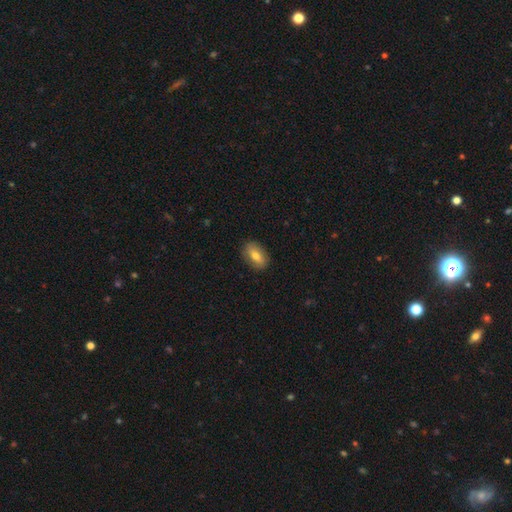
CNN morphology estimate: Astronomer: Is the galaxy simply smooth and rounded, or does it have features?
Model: smooth — 70%.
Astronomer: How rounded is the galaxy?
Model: in between — 86%.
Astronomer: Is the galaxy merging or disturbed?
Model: none — 86%.